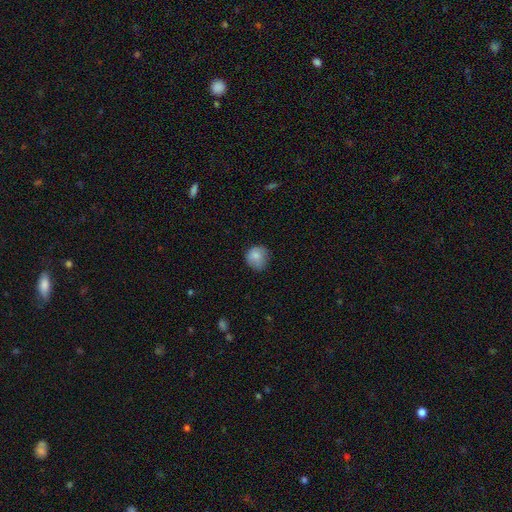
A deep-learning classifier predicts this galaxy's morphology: This appears to be a smooth galaxy with no disk features (83%) that is round (84%). Merging: none (70%).